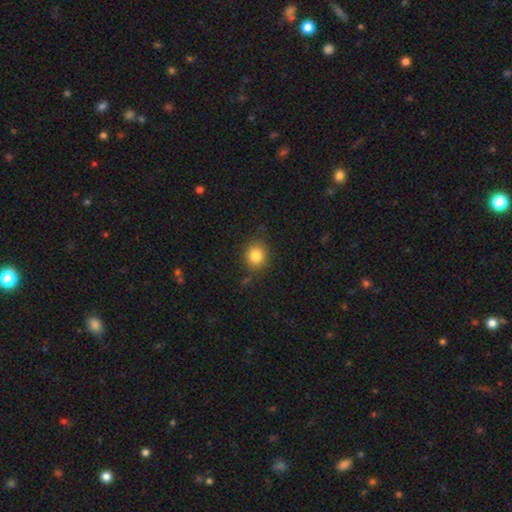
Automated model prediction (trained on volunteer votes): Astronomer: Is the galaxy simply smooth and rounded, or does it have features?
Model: smooth — 83%.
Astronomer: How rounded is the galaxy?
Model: round — 72%.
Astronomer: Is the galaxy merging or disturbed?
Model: none — 81%.